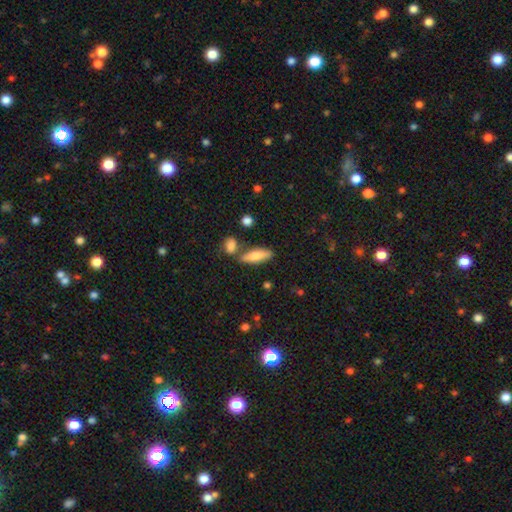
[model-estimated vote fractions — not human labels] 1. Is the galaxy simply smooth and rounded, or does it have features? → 77% smooth, 16% featured or disk, 6% star or artifact.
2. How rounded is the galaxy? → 51% in between, 46% cigar-shaped, 3% round.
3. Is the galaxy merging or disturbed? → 70% none, 14% merger, 12% minor disturbance, 3% major disturbance.